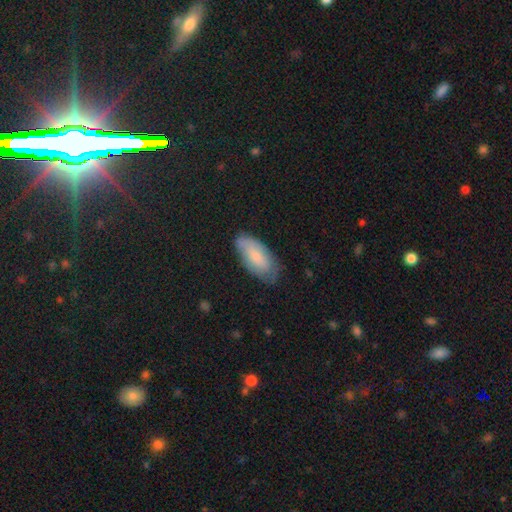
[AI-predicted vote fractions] This is likely a smooth galaxy (73%). How rounded: clearly in between (88%). Merging: likely none (69%).